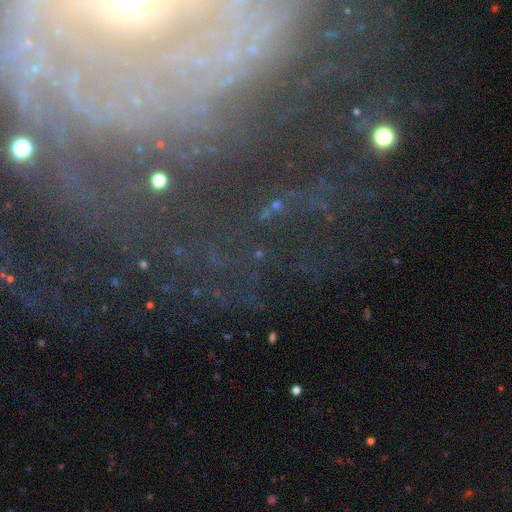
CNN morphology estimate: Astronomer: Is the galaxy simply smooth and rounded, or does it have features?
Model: star or artifact — 44% (runner-up: featured or disk, 41%).